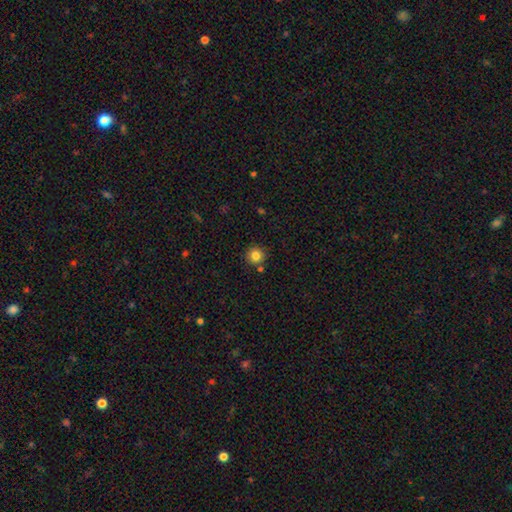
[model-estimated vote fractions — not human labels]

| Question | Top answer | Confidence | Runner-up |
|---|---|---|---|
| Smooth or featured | smooth | 82% | star or artifact (11%) |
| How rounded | round | 94% | in between (5%) |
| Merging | none | 85% | minor disturbance (8%) |